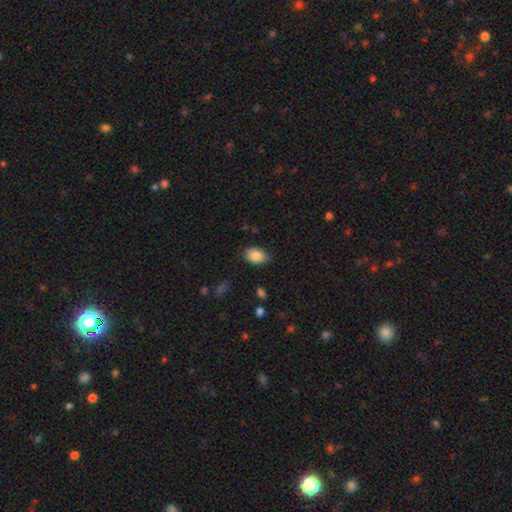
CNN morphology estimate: Smooth or featured? Predicted: smooth (p=0.86). How rounded? Predicted: in between (p=0.88). Merging? Predicted: none (p=0.78).